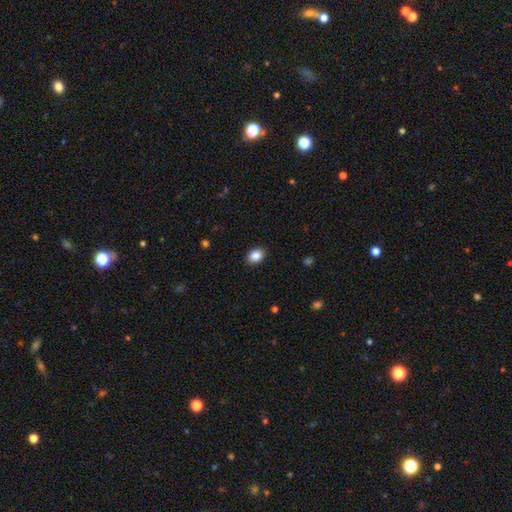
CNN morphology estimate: Smooth or featured?
  - smooth: 88% *
  - star or artifact: 8%
  - featured or disk: 4%
How rounded?
  - in between: 75% *
  - round: 24%
  - cigar-shaped: 1%
Merging?
  - none: 89% *
  - minor disturbance: 8%
  - major disturbance: 2%
  - merger: 1%